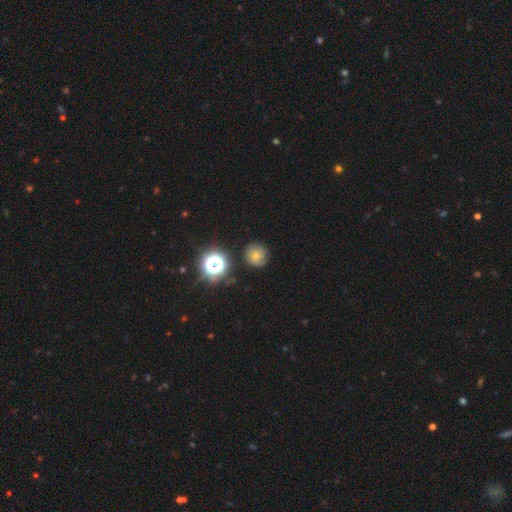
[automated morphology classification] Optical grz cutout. It shows a smooth galaxy with no disk features (44%). Merging: none (79%).